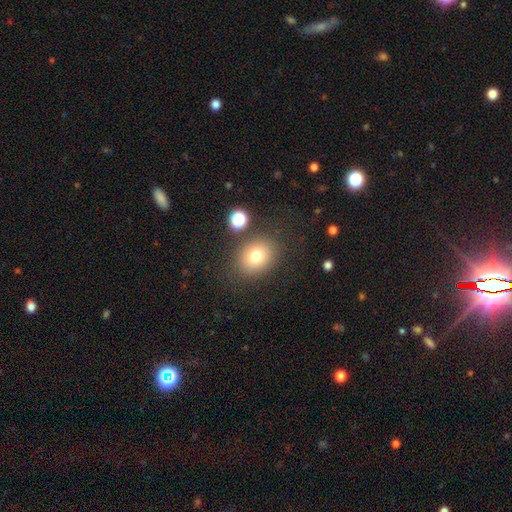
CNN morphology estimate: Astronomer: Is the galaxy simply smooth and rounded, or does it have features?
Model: smooth — 76%.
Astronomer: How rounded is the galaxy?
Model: round — 60% (runner-up: in between, 40%).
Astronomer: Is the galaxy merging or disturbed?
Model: none — 80%.